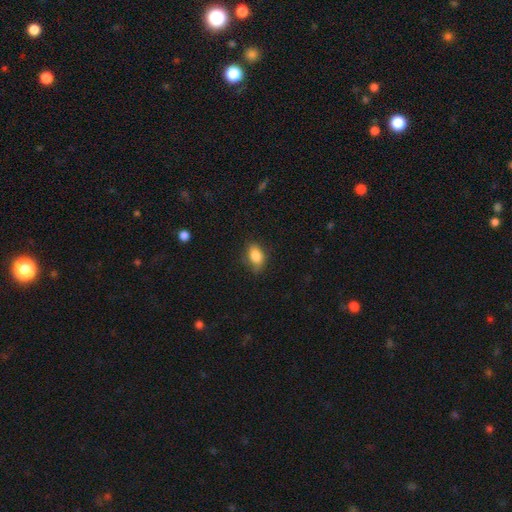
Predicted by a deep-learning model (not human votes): This is clearly a smooth galaxy (85%). How rounded: clearly in between (84%). Merging: likely none (72%).